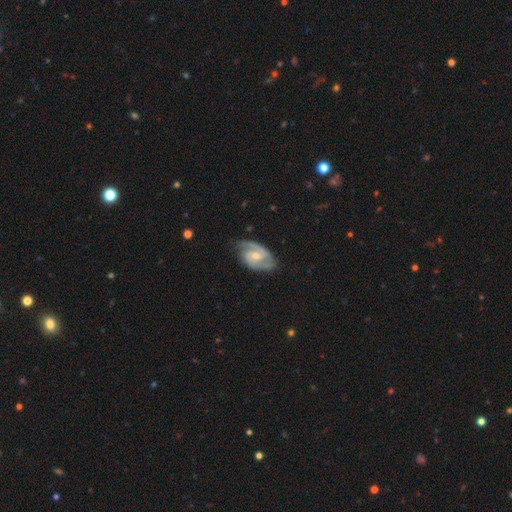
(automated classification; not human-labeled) Smooth or featured?
  - featured or disk: 88% *
  - smooth: 8%
  - star or artifact: 4%
Edge-on disk?
  - no: 97% *
  - yes: 3%
Bar?
  - weak: 53% *
  - no: 34%
  - strong: 13%
Spiral arms?
  - yes: 97% *
  - no: 3%
Spiral winding?
  - medium: 50% *
  - tight: 41%
  - loose: 10%
Spiral arm count?
  - 2: 87% *
  - can't tell: 4%
  - 3: 4%
  - 1: 3%
  - 4: 1%
  - more than 4: 1%
Bulge size?
  - moderate: 47% *
  - small: 44%
  - none: 6%
  - large: 3%
  - dominant: 1%
Merging?
  - none: 76% *
  - minor disturbance: 18%
  - major disturbance: 5%
  - merger: 1%